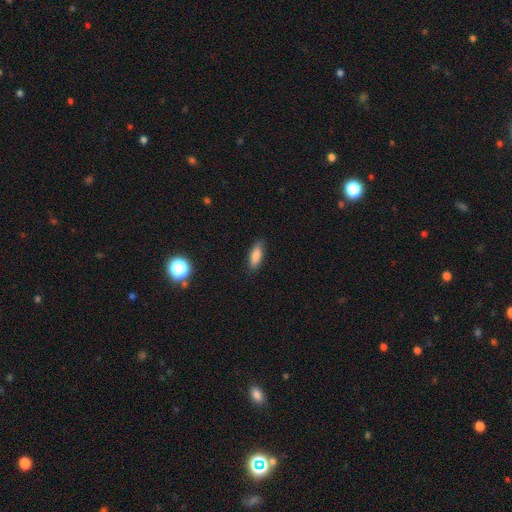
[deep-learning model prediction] This is clearly a smooth galaxy (85%). How rounded: likely in between (71%). Merging: clearly none (81%).